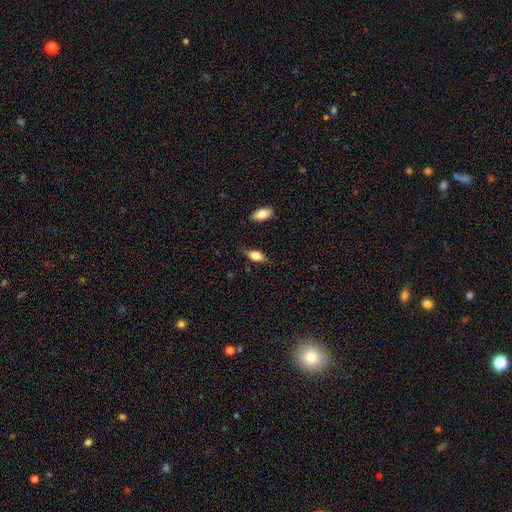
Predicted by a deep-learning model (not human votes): This appears to be a smooth galaxy with no disk features (71%) that is in between round and cigar-shaped (82%). Merging: none (76%).